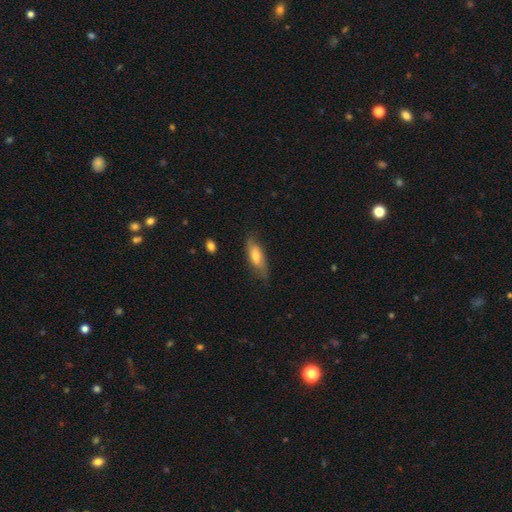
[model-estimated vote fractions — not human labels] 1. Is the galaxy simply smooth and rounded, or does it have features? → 58% smooth, 35% featured or disk, 7% star or artifact.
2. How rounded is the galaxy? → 56% in between, 42% cigar-shaped, 3% round.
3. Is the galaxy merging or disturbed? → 70% none, 23% minor disturbance, 6% major disturbance, 1% merger.